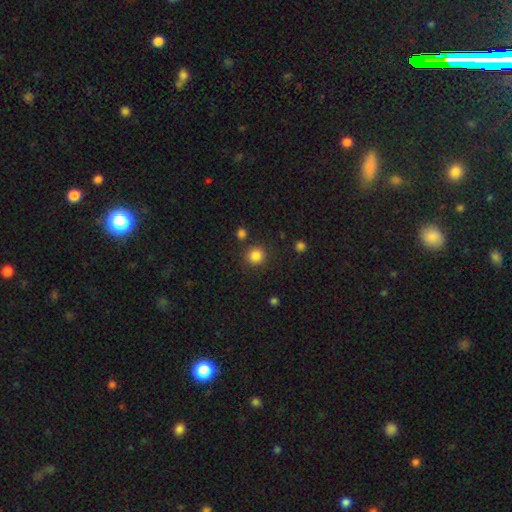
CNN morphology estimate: The model was most divided on "smooth or featured": smooth: 85%, star or artifact: 11%, featured or disk: 4%. More confident: how rounded — round (92%); merging — none (86%).